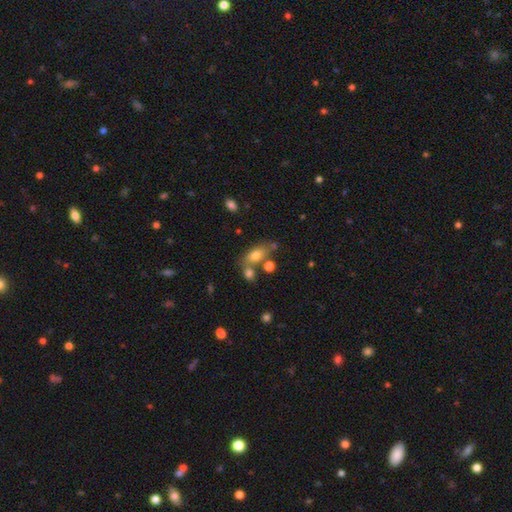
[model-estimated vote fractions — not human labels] Smooth or featured? smooth (73%)
How rounded? in between (80%)
Merging? none (55%)